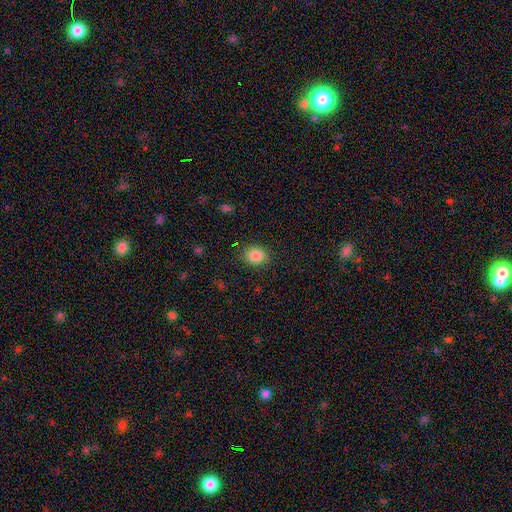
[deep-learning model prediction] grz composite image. It shows a smooth galaxy with no disk features (85%) that is round (59%). Merging: none (87%).